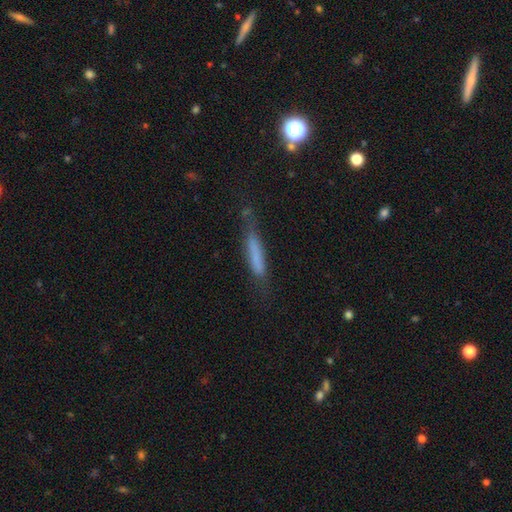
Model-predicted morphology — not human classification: A smooth galaxy with no disk features (65%) that is cigar-shaped (90%). Merging: none (61%).